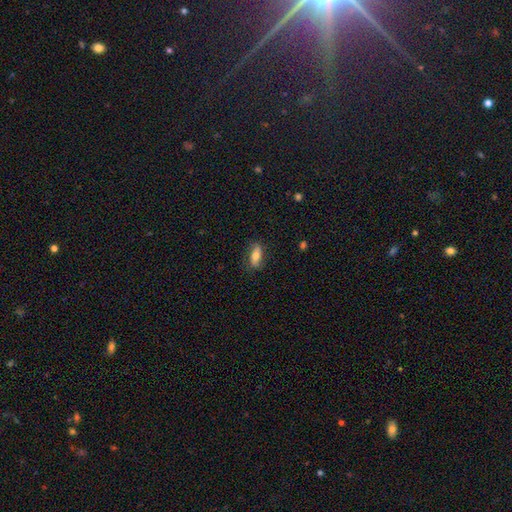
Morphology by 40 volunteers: A smooth galaxy with no disk features (65%) that is in between round and cigar-shaped (73%).

Vote fractions:
- Smooth or featured? smooth: 65% / featured or disk: 35% / star or artifact: 0%
- How rounded? in between: 73% / cigar-shaped: 27% / round: 0%
- Merging? none: 72% / minor disturbance: 18% / major disturbance: 8% / merger: 2%